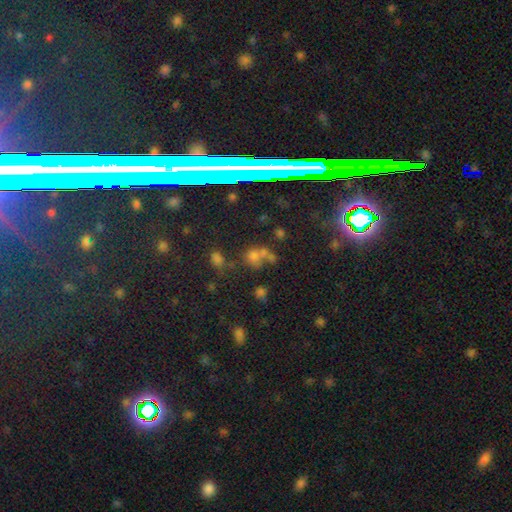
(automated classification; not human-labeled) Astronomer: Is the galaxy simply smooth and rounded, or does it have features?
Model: star or artifact — 48% (runner-up: smooth, 38%).